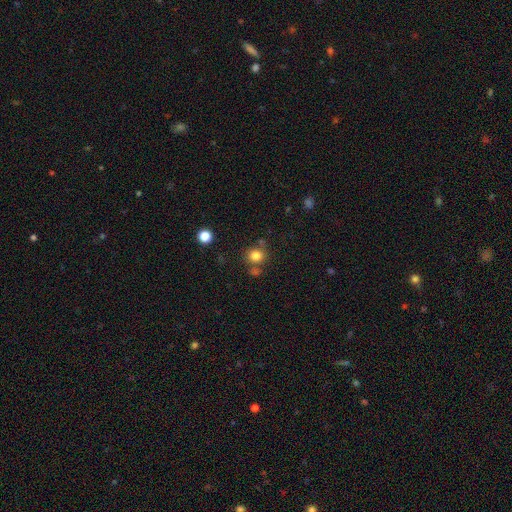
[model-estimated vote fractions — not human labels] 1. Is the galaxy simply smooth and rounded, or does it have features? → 81% smooth, 13% star or artifact, 6% featured or disk.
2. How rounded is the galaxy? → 84% round, 15% in between, 1% cigar-shaped.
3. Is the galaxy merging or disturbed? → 73% none, 13% merger, 11% minor disturbance, 4% major disturbance.